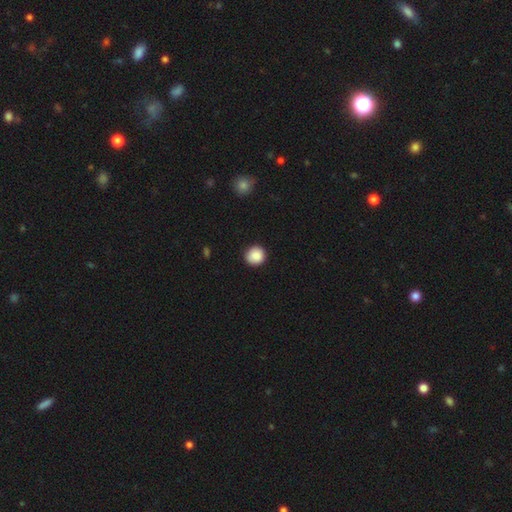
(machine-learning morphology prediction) Q: Smooth or featured?
A: smooth (88%); runner-up: star or artifact (8%)
Q: How rounded?
A: round (94%); runner-up: in between (5%)
Q: Merging?
A: none (90%); runner-up: minor disturbance (7%)